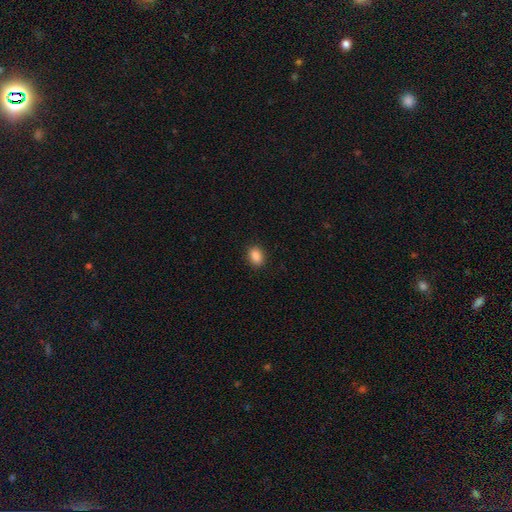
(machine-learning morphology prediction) smooth_or_featured: smooth (p=0.87) [alt: star or artifact p=0.09]
how_rounded: in between (p=0.69) [alt: round p=0.30]
merging: none (p=0.89) [alt: minor disturbance p=0.08]